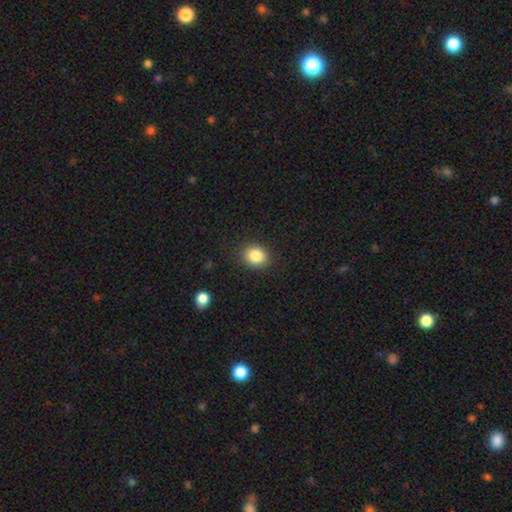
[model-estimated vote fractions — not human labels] Smooth or featured? Predicted: smooth (p=0.85). How rounded? Predicted: round (p=0.59). Merging? Predicted: none (p=0.87).